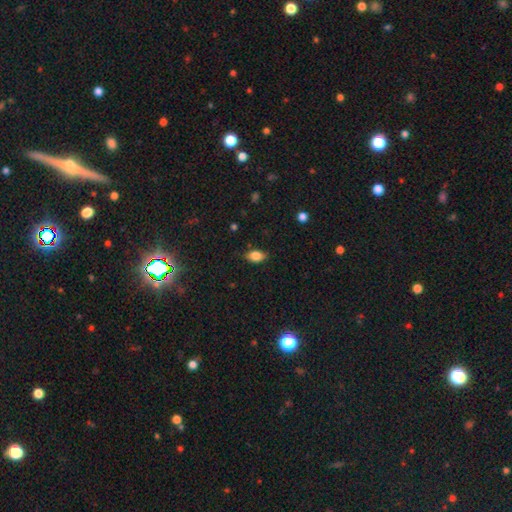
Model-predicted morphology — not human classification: This appears to be a smooth galaxy with no disk features (81%) that is in between round and cigar-shaped (88%). Merging: none (82%).